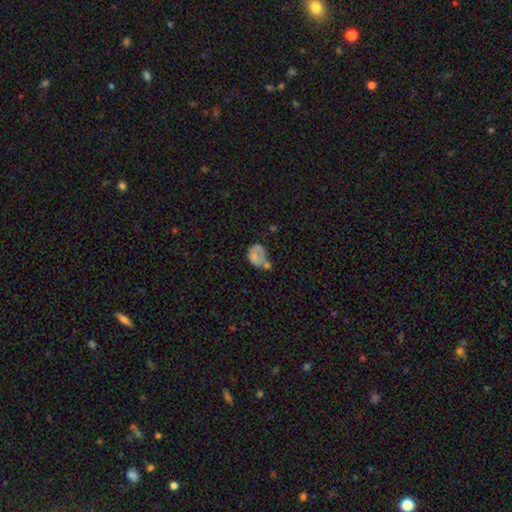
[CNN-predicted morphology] Smooth or featured? Predicted: smooth (p=0.63). How rounded? Predicted: in between (p=0.58). Merging? Predicted: merger (p=0.27).